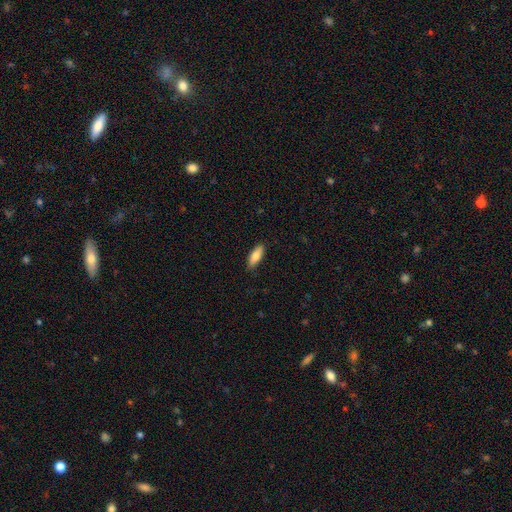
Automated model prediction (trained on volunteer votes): Smooth or featured? smooth (79%)
How rounded? in between (64%)
Merging? none (87%)